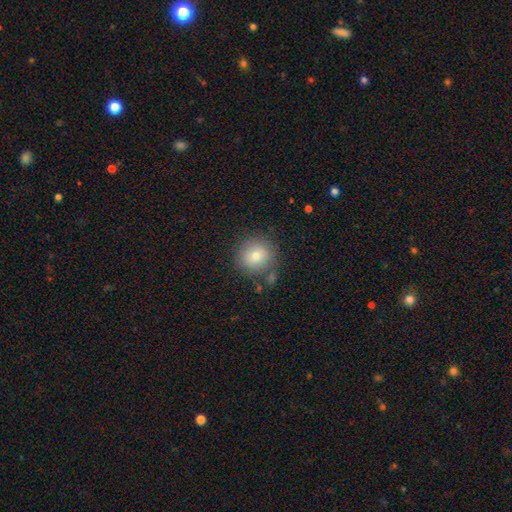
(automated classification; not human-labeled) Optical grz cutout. It shows a smooth galaxy with no disk features (78%) that is round (89%). Merging: none (81%).